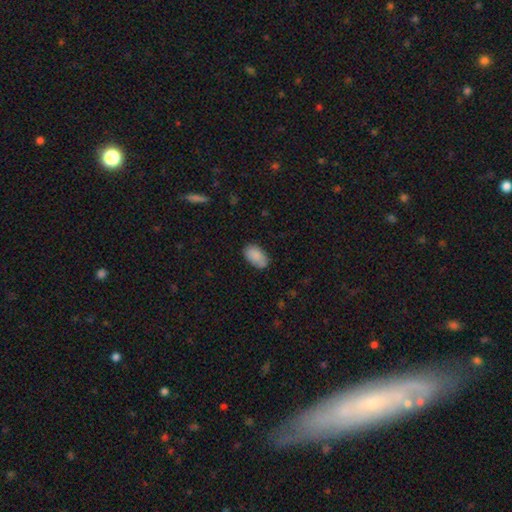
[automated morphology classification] This appears to be a smooth galaxy with no disk features (88%) that is in between round and cigar-shaped (94%). Merging: none (76%).